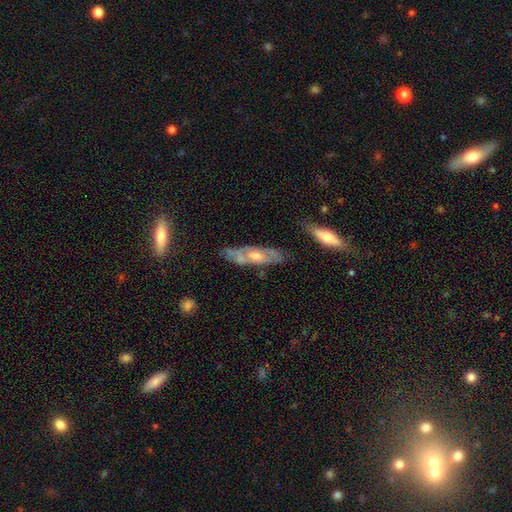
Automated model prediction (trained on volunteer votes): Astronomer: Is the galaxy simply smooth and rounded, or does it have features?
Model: featured or disk — 67%.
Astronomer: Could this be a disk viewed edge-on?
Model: no — 60% (runner-up: yes, 40%).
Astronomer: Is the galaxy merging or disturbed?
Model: none — 69%.